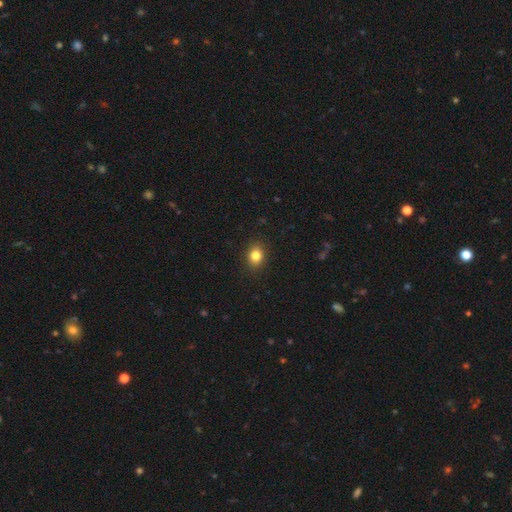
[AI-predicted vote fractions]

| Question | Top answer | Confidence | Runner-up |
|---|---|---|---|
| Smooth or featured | smooth | 83% | star or artifact (11%) |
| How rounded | round | 54% | in between (45%) |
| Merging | none | 89% | minor disturbance (8%) |